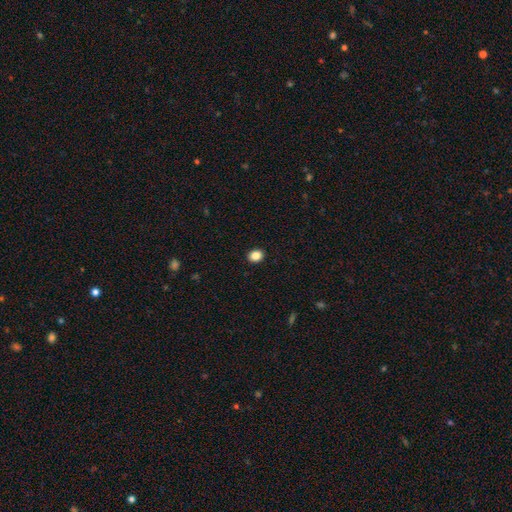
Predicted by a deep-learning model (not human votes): A smooth galaxy with no disk features (86%) that is round (61%). Merging: none (92%).